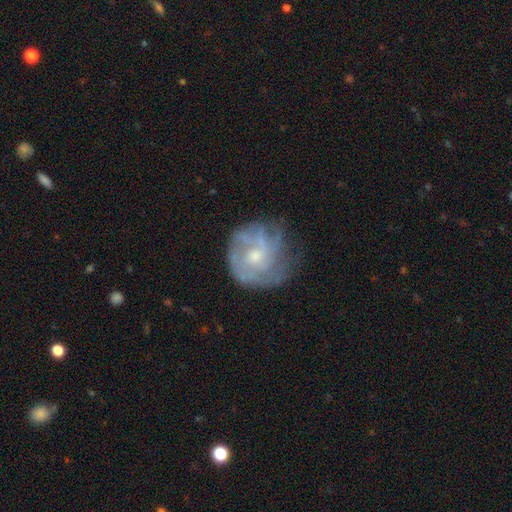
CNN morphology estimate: featured or disk 68%, smooth 23%, star or artifact 9%. Down the decision tree: edge-on disk — no (97%); bar — no (74%); spiral arms — yes (77%); spiral arm count — can't tell (49%); spiral winding — tight (51%); bulge size — small (47%); merging — none (61%).